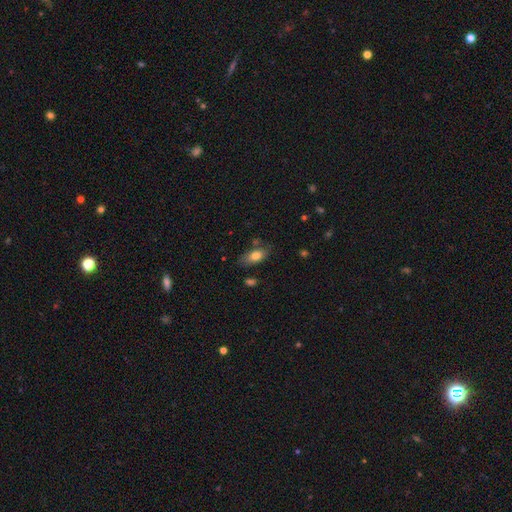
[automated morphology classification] smooth 76%, featured or disk 17%, star or artifact 7%. Down the decision tree: how rounded — in between (87%); merging — none (72%).